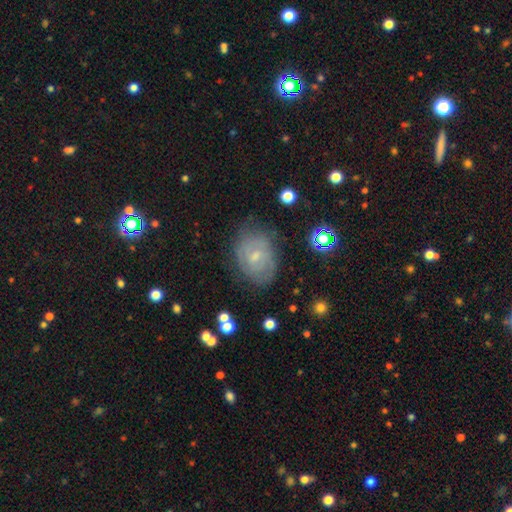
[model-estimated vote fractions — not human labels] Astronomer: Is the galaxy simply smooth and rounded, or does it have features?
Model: featured or disk — 55% (runner-up: smooth, 32%).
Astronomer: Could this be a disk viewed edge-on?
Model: no — 96%.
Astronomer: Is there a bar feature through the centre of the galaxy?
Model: weak — 49% (runner-up: no, 42%).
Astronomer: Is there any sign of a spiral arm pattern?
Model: yes — 76%.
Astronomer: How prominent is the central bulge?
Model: small — 61%.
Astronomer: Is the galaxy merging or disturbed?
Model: none — 71%.